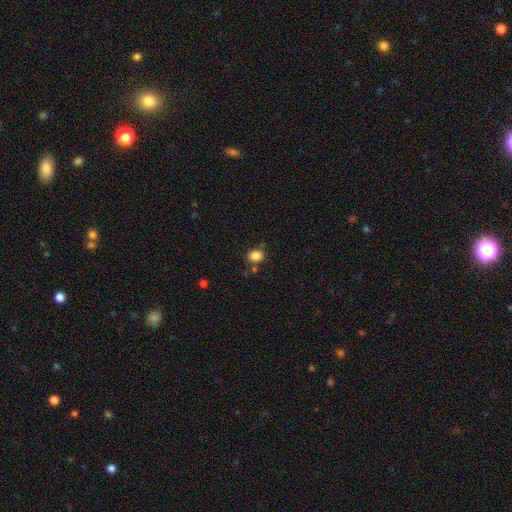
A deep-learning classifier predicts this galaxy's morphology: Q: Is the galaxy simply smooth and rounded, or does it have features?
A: smooth — 85%.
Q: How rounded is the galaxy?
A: round — 54%.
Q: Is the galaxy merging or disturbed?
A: none — 75%.